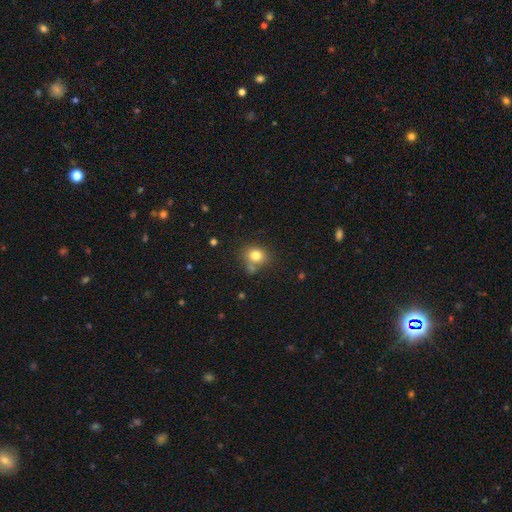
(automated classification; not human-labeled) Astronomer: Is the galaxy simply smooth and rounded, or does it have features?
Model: smooth — 79%.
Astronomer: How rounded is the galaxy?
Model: round — 71%.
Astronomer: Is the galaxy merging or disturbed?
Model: none — 65%.